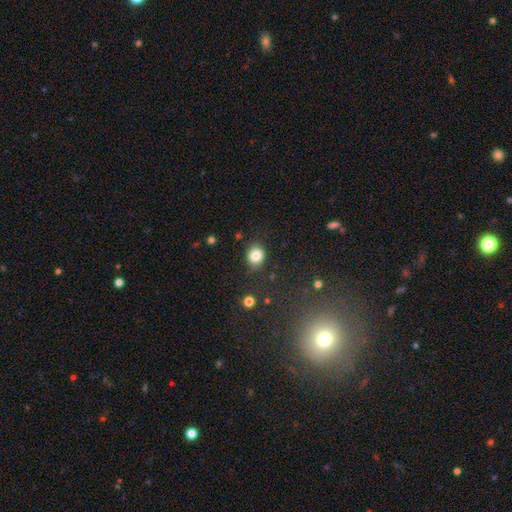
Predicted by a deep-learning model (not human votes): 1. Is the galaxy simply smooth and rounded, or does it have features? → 83% smooth, 10% star or artifact, 7% featured or disk.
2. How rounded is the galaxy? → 59% round, 40% in between, 1% cigar-shaped.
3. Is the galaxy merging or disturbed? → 81% none, 13% minor disturbance, 3% major disturbance, 2% merger.